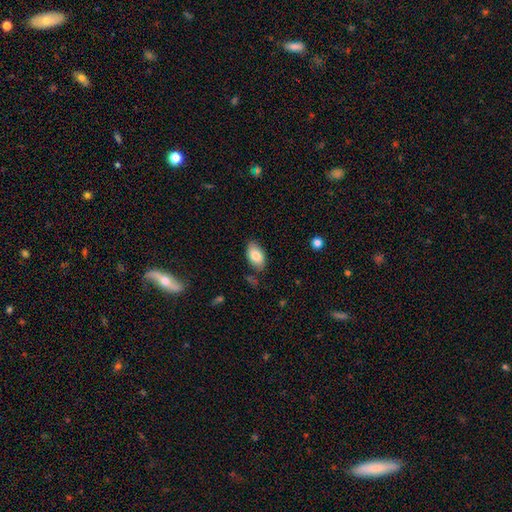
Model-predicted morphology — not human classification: Overall: smooth (82%). How rounded: in between (94%). Merging: none (80%).